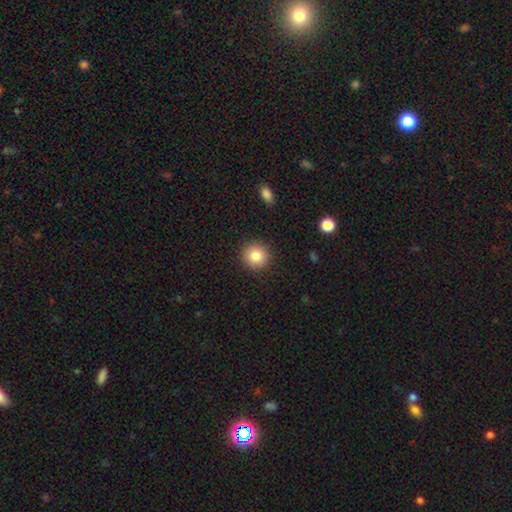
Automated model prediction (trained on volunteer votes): Q: Smooth or featured?
A: smooth (84%); runner-up: star or artifact (9%)
Q: How rounded?
A: round (92%); runner-up: in between (7%)
Q: Merging?
A: none (91%); runner-up: minor disturbance (6%)